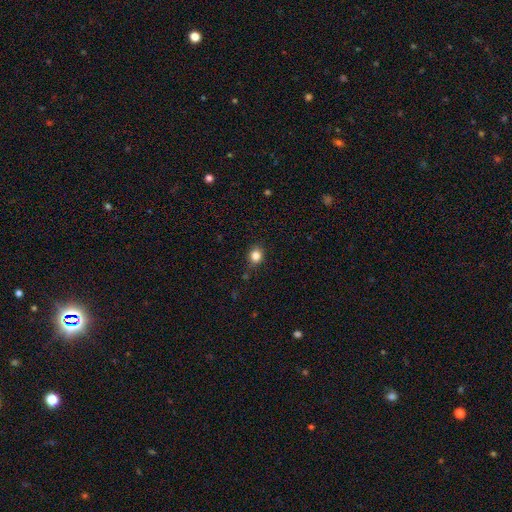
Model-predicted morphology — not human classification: Smooth or featured?
  - smooth: 83% *
  - star or artifact: 12%
  - featured or disk: 5%
How rounded?
  - round: 67% *
  - in between: 33%
  - cigar-shaped: 1%
Merging?
  - none: 85% *
  - minor disturbance: 11%
  - major disturbance: 2%
  - merger: 2%